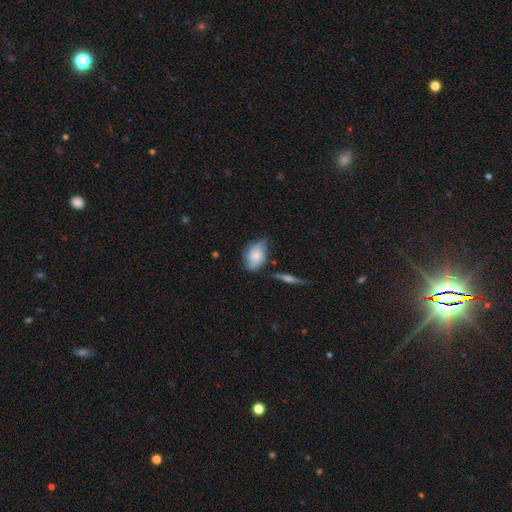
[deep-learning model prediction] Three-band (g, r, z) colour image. It shows a smooth galaxy with no disk features (65%) that is in between round and cigar-shaped (85%). Merging: none (52%).